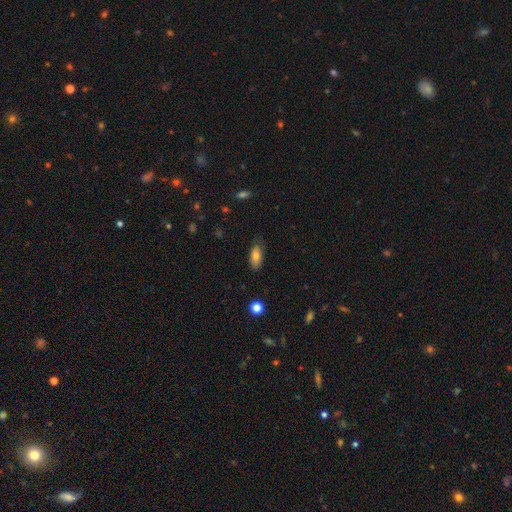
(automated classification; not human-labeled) The model was most divided on "merging": none: 76%, minor disturbance: 19%, major disturbance: 4%, merger: 1%. More confident: how rounded — in between (83%); smooth or featured — smooth (77%).